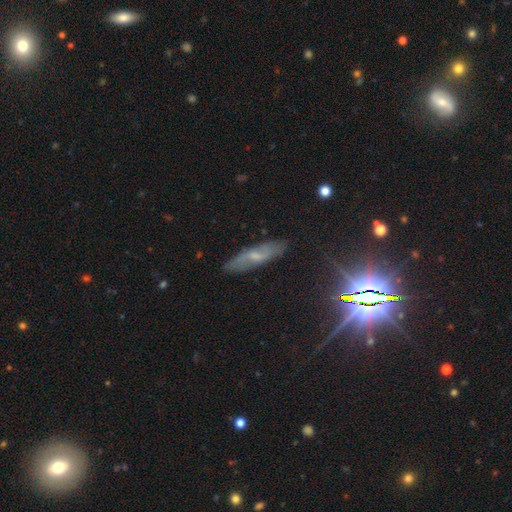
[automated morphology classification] This is possibly a featured or disk galaxy (49%). Merging: clearly none (80%).